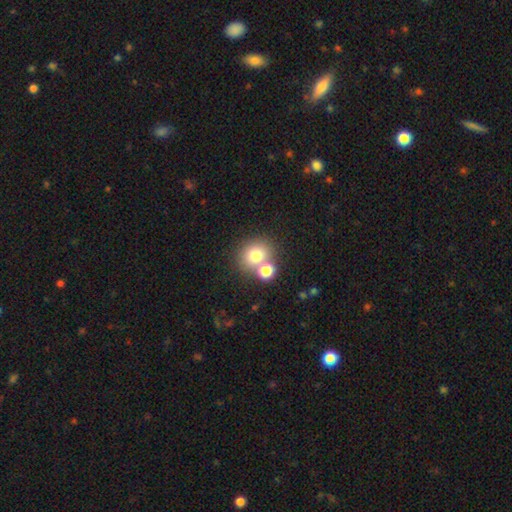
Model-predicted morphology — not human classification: type=smooth (75%); roundness=round (73%); merging=none (56%).